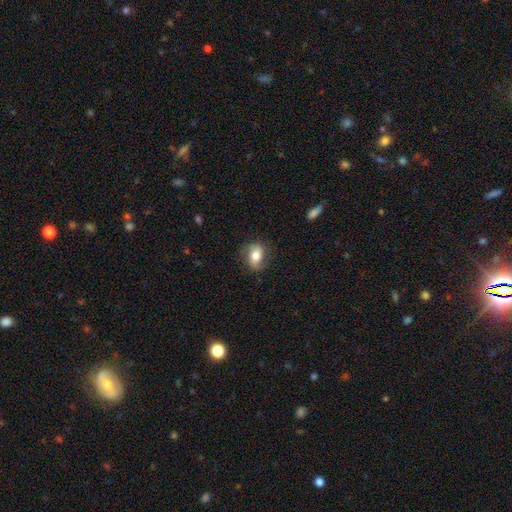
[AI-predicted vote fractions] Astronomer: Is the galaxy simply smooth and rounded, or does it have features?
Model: smooth — 60%.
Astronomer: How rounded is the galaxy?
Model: in between — 72%.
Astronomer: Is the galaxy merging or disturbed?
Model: none — 75%.